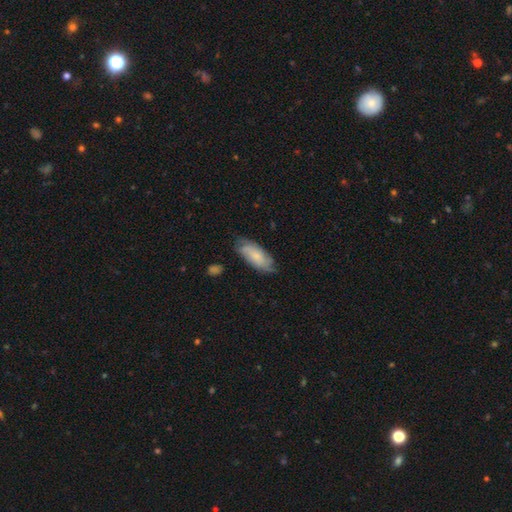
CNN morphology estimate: The model was most divided on "smooth or featured": smooth: 48%, featured or disk: 45%, star or artifact: 7%. More confident: merging — none (68%).